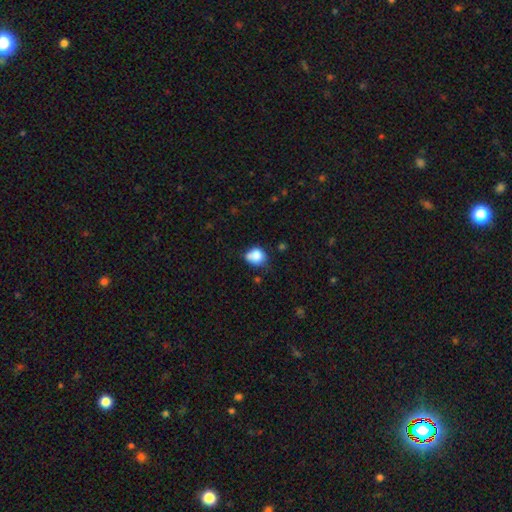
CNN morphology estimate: This appears to be a smooth galaxy with no disk features (81%) that is round (66%). Merging: none (46%).